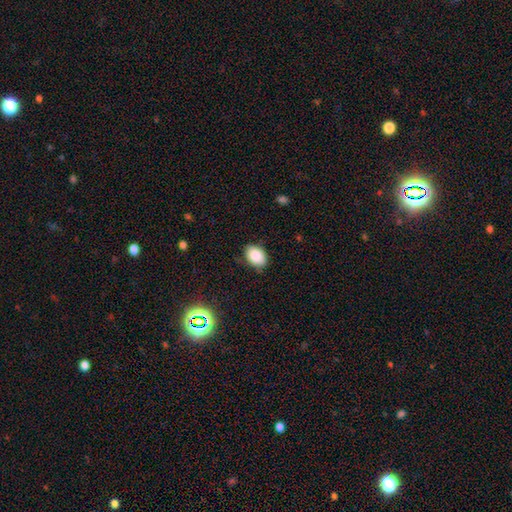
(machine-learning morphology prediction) This is clearly a smooth galaxy (87%). How rounded: clearly in between (85%). Merging: clearly none (82%).